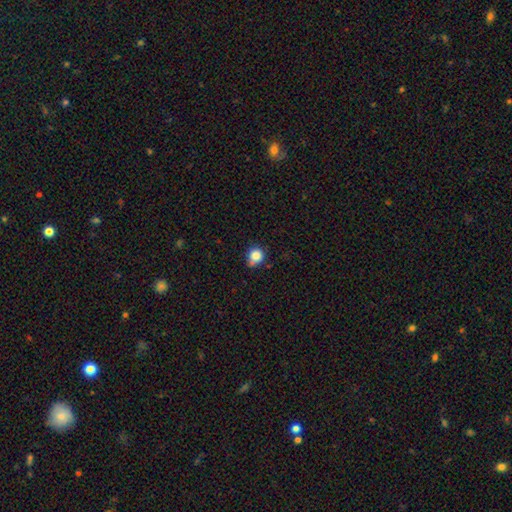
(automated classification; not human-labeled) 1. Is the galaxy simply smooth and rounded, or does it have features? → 84% smooth, 11% star or artifact, 5% featured or disk.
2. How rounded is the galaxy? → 85% round, 14% in between, 1% cigar-shaped.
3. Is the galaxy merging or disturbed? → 59% none, 28% minor disturbance, 7% merger, 6% major disturbance.